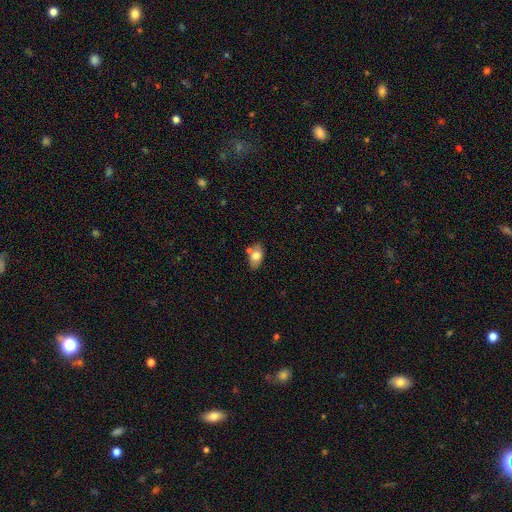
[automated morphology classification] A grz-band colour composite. It shows a smooth galaxy with no disk features (73%) that is in between round and cigar-shaped (89%). Merging: none (64%).